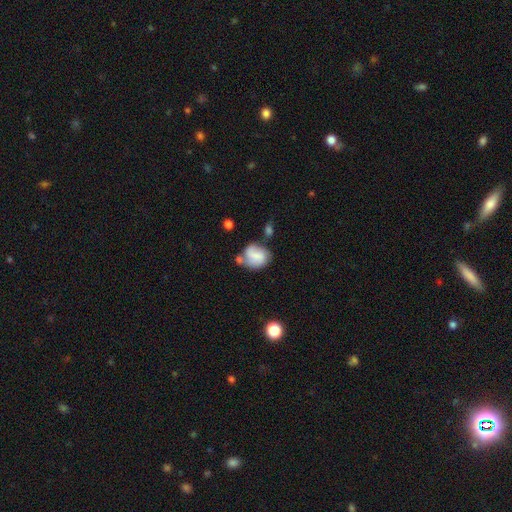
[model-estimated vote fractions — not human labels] Morphology: type=smooth (59%); roundness=round (59%); merging=none (42%).